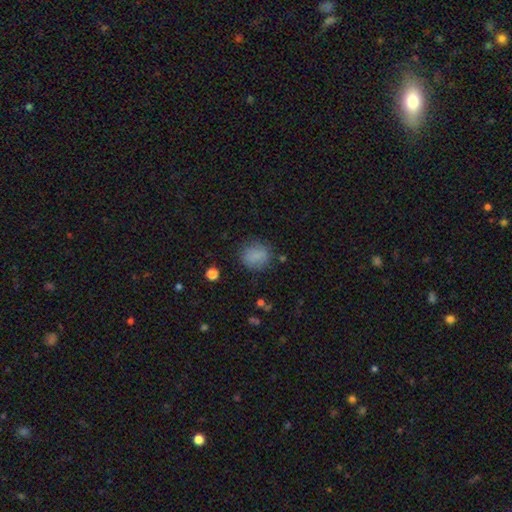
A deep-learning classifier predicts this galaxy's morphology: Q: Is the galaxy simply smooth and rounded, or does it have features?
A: smooth — 82%.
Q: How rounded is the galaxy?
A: round — 72%.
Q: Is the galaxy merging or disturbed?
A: none — 79%.